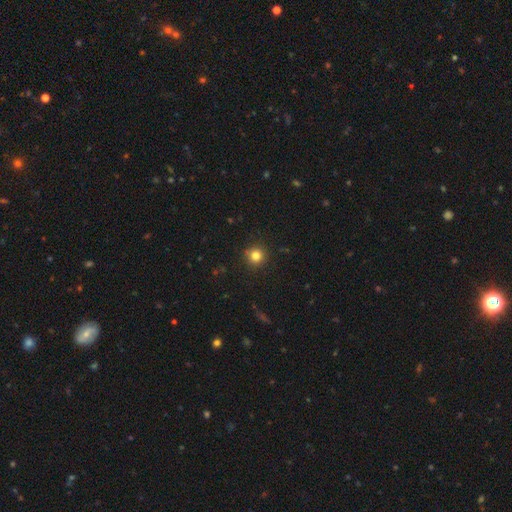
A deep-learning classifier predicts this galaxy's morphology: smooth_or_featured: smooth (p=0.82) [alt: star or artifact p=0.13]
how_rounded: round (p=0.95) [alt: in between p=0.04]
merging: none (p=0.91) [alt: minor disturbance p=0.06]